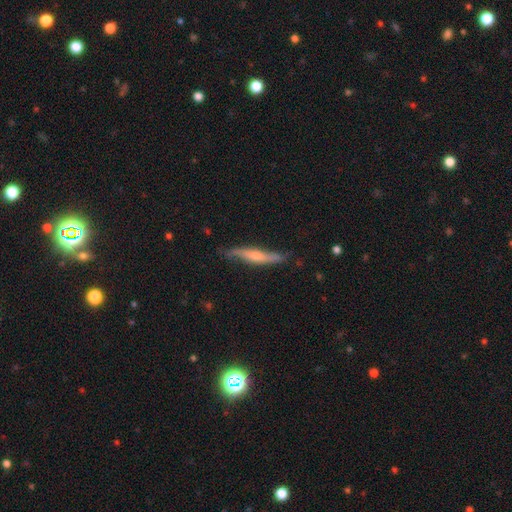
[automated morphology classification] Q: Smooth or featured?
A: featured or disk (59%); runner-up: smooth (35%)
Q: Edge-on disk?
A: yes (83%); runner-up: no (17%)
Q: Merging?
A: none (74%); runner-up: minor disturbance (20%)